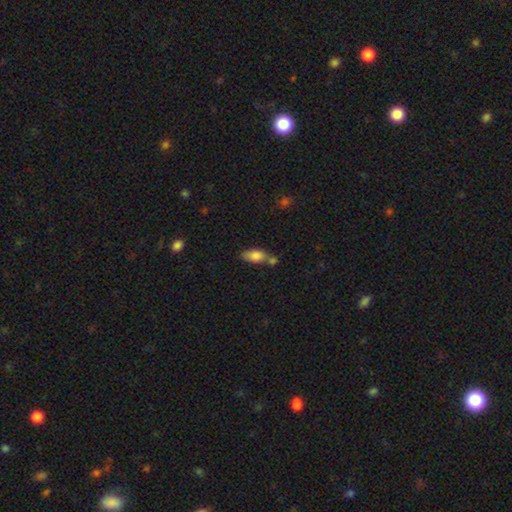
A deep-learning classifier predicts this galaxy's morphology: smooth_or_featured: smooth (p=0.79) [alt: featured or disk p=0.13]
how_rounded: in between (p=0.83) [alt: cigar-shaped p=0.13]
merging: none (p=0.43) [alt: merger p=0.33]